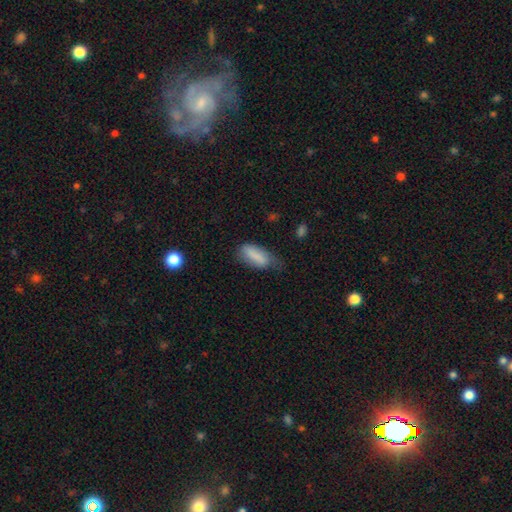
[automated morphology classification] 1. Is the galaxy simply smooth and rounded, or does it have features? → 83% smooth, 10% featured or disk, 7% star or artifact.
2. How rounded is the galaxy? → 82% in between, 15% cigar-shaped, 2% round.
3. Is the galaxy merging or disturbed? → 43% none, 40% minor disturbance, 15% major disturbance, 3% merger.